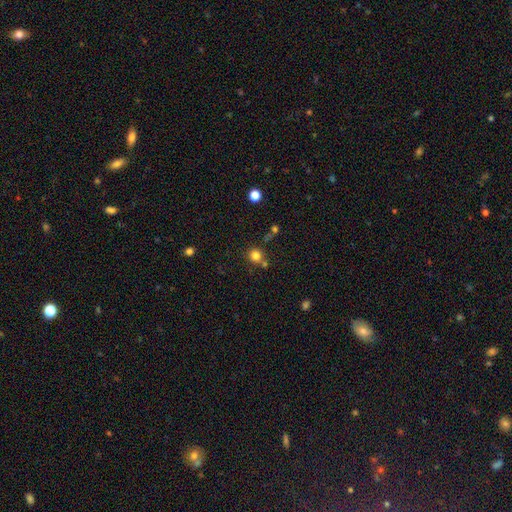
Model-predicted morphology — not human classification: A smooth galaxy with no disk features (79%) that is round (91%). Merging: none (72%).